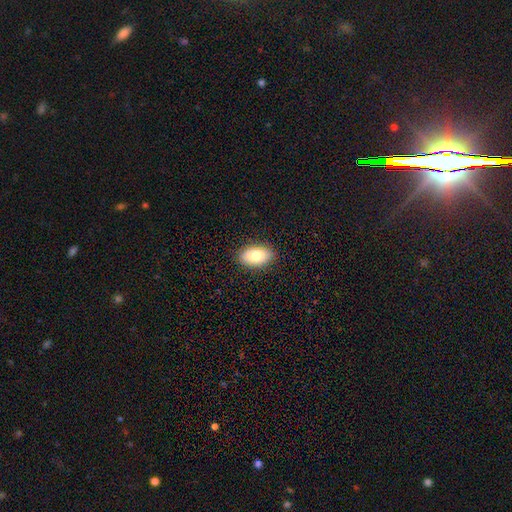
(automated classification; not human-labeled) Smooth or featured? smooth (78%)
How rounded? in between (91%)
Merging? none (88%)